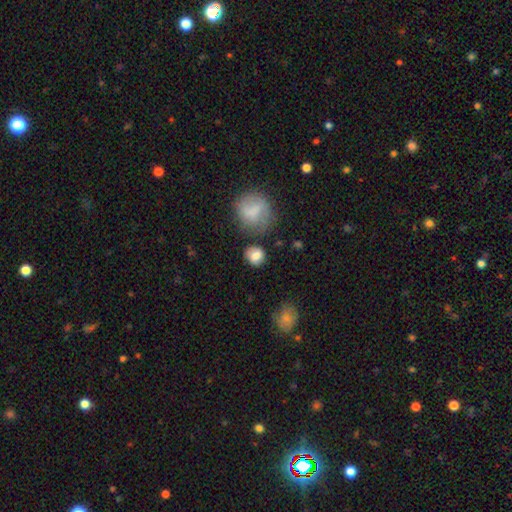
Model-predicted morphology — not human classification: smooth 80%, featured or disk 11%, star or artifact 8%. Down the decision tree: how rounded — round (76%); merging — none (71%).